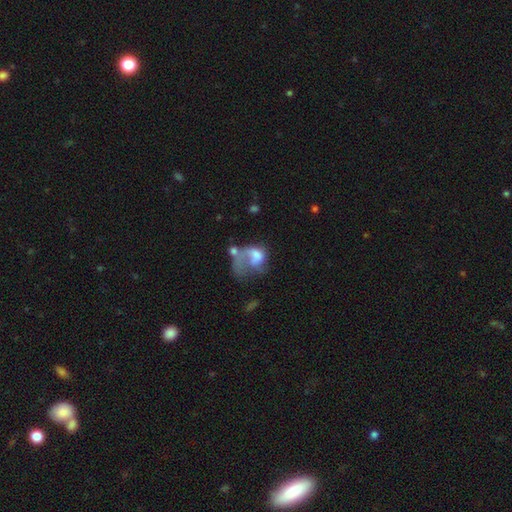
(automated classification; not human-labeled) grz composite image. It shows a featured or disk galaxy (46%). Merging: major disturbance (53%).